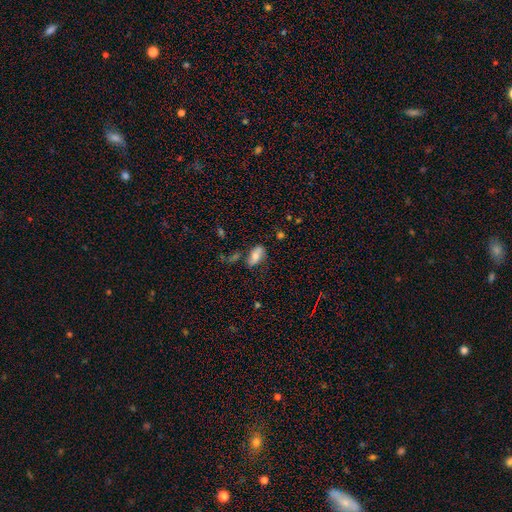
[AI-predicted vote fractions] Smooth or featured: smooth — 68% (featured or disk — 24%)
How rounded: in between — 88% (cigar-shaped — 8%)
Merging: none — 66% (minor disturbance — 23%)